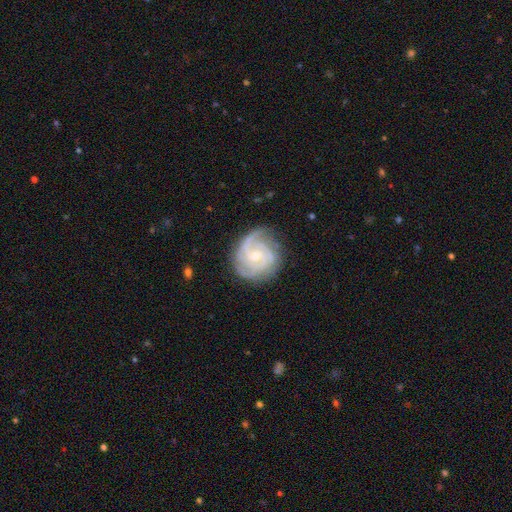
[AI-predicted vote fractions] Overall: featured or disk (87%). Edge-on disk: no (98%). Bar: no (58%; weak 36%). Spiral arms: yes (97%). Spiral arm count: 3 (35%; 2 28%). Spiral winding: tight (58%; medium 35%). Bulge size: small (56%; moderate 41%). Merging: none (73%).